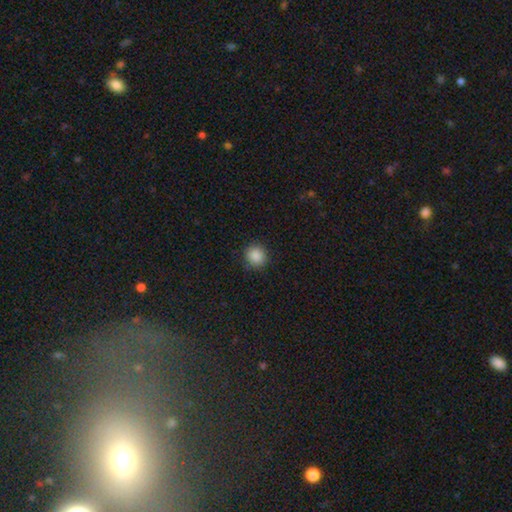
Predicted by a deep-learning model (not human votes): Smooth or featured? smooth (88%)
How rounded? round (89%)
Merging? none (90%)